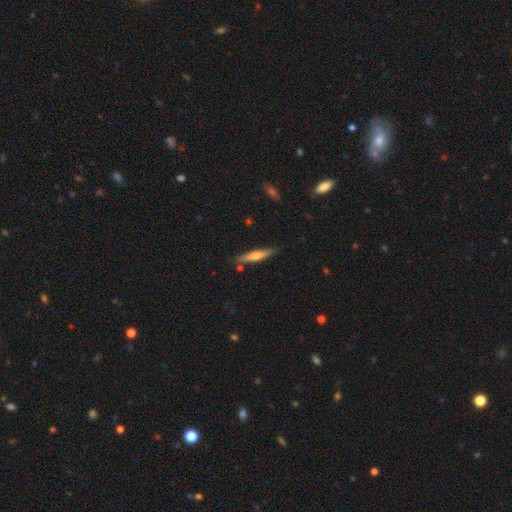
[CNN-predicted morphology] type=featured or disk (49%); merging=none (83%).